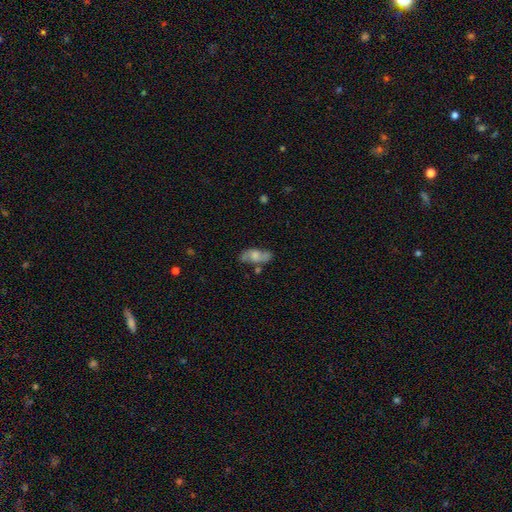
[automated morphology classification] This appears to be a featured or disk galaxy (52%). Merging: none (65%).